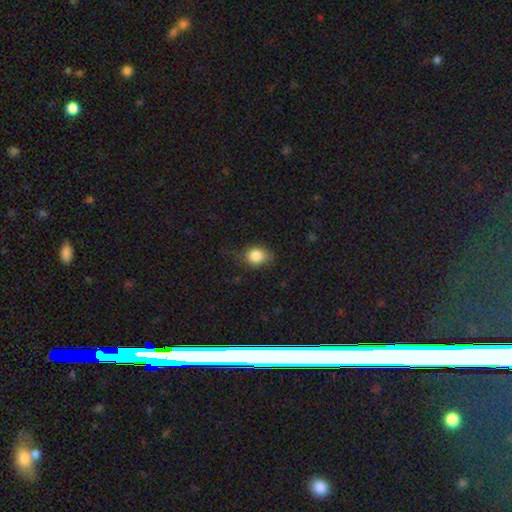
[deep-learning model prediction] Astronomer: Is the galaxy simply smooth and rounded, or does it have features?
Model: smooth — 84%.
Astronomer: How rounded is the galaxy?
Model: round — 49%, tied with in between at 49%.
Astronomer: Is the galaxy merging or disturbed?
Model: none — 67%.